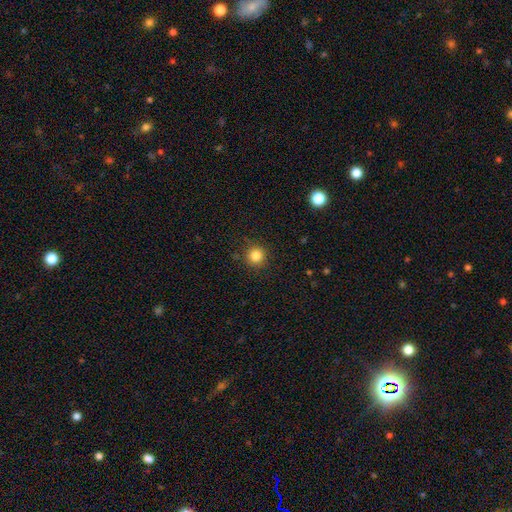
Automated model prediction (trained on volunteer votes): Overall: smooth (83%). How rounded: round (94%). Merging: none (88%).